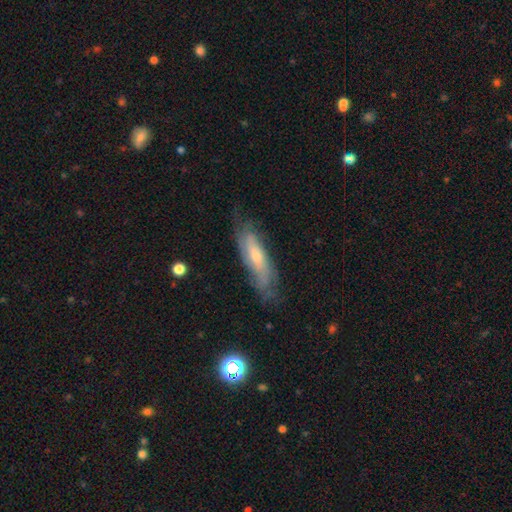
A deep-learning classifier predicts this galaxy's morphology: Smooth or featured?
  - featured or disk: 58% *
  - smooth: 34%
  - star or artifact: 7%
Edge-on disk?
  - no: 64% *
  - yes: 36%
Merging?
  - none: 67% *
  - minor disturbance: 23%
  - major disturbance: 8%
  - merger: 2%